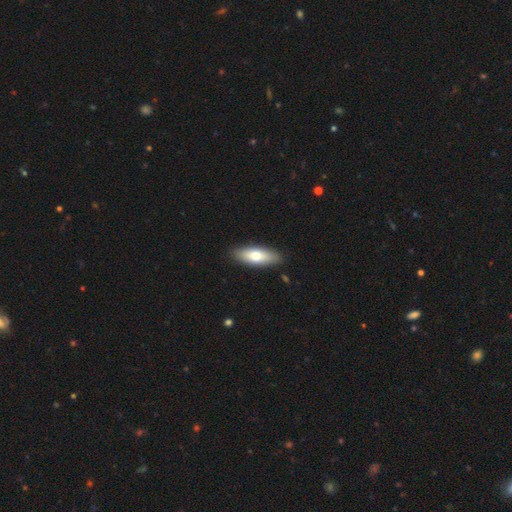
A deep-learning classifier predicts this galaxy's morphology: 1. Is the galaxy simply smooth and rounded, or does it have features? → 68% smooth, 27% featured or disk, 6% star or artifact.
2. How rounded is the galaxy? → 71% in between, 26% cigar-shaped, 3% round.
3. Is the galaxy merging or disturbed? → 89% none, 8% minor disturbance, 2% major disturbance, 1% merger.